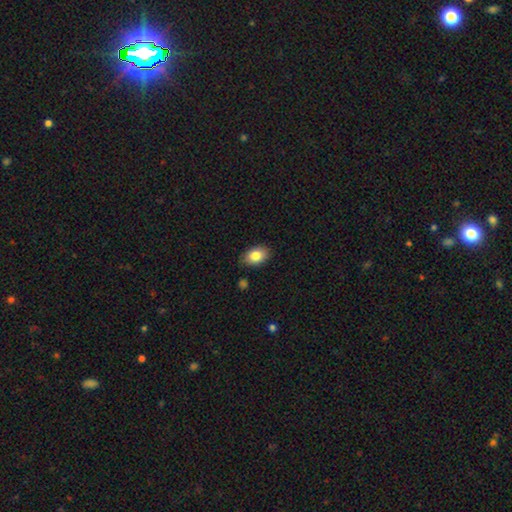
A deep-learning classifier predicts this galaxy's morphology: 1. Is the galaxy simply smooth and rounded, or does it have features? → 84% smooth, 9% featured or disk, 7% star or artifact.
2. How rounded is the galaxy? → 87% in between, 12% round, 1% cigar-shaped.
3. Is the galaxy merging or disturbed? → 85% none, 12% minor disturbance, 2% major disturbance, 2% merger.